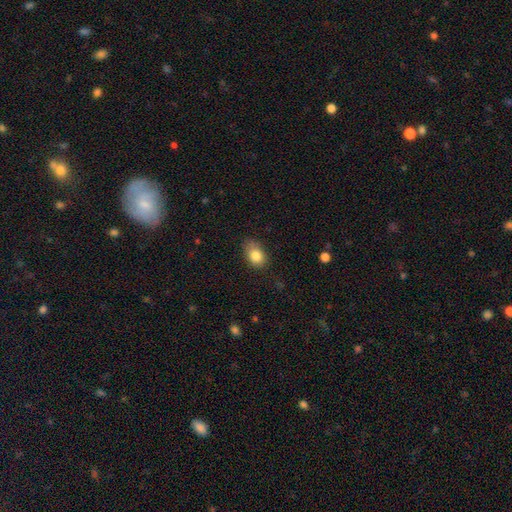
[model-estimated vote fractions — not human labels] Overall: smooth (83%). How rounded: in between (79%). Merging: none (62%; minor disturbance 29%).